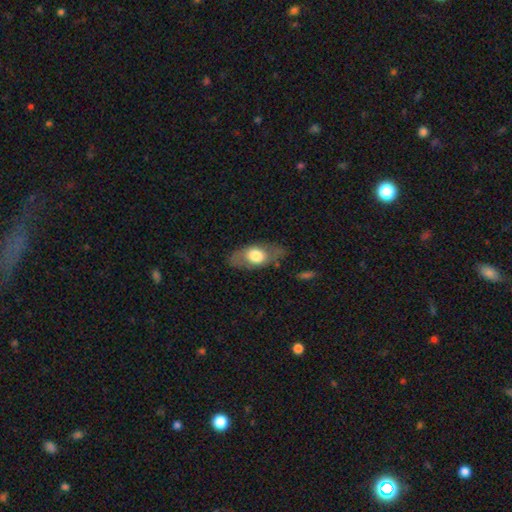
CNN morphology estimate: Smooth or featured: smooth — 59% (featured or disk — 35%)
How rounded: in between — 83% (round — 9%)
Merging: none — 71% (minor disturbance — 19%)